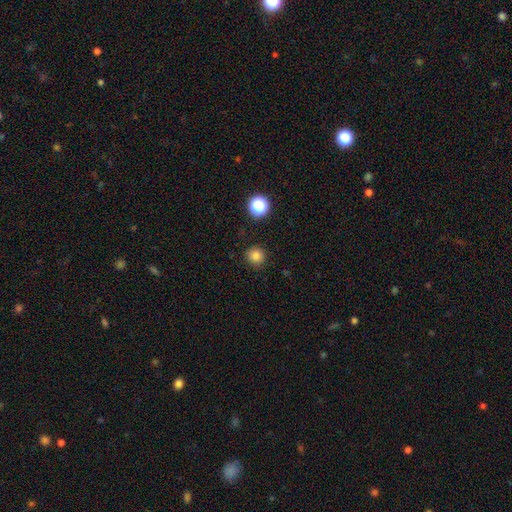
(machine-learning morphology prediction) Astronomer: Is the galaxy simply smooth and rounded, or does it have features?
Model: smooth — 81%.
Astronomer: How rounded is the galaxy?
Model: round — 93%.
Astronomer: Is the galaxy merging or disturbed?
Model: none — 90%.